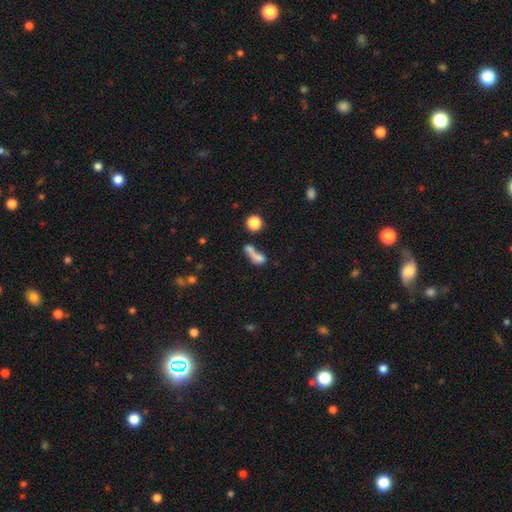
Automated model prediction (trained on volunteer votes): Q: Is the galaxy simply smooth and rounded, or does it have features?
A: smooth — 65%.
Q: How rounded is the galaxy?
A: in between — 48%.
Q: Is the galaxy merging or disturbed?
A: merger — 43%.